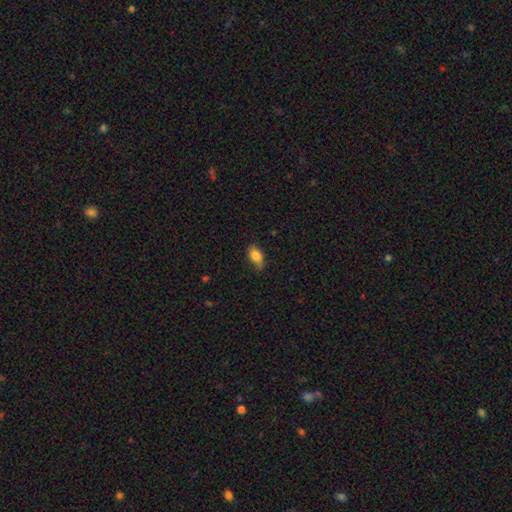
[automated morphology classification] Smooth or featured? smooth (83%)
How rounded? in between (87%)
Merging? none (75%)